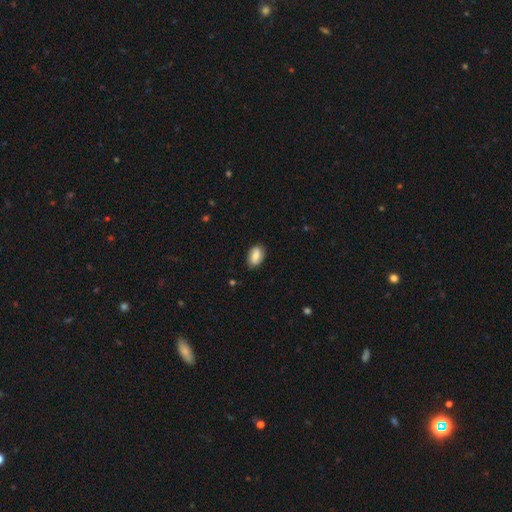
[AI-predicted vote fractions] Smooth or featured? smooth (73%)
How rounded? in between (90%)
Merging? none (82%)